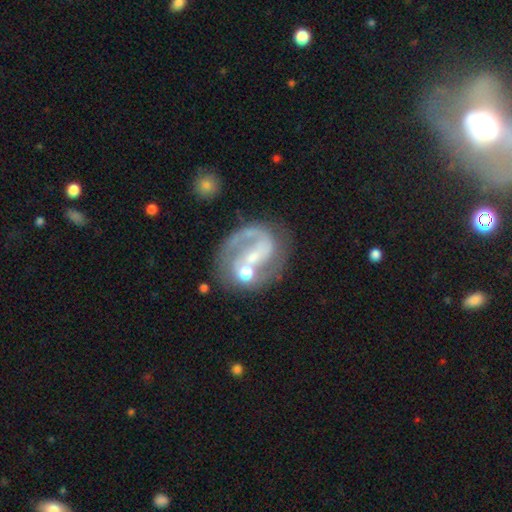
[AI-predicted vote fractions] Overall: featured or disk (75%). Edge-on disk: no (98%). Bar: no (50%; weak 35%). Spiral arms: yes (80%). Spiral arm count: 1 (49%; 2 35%). Spiral winding: medium (43%; tight 30%). Bulge size: moderate (45%; small 31%). Merging: none (37%; merger 26%).